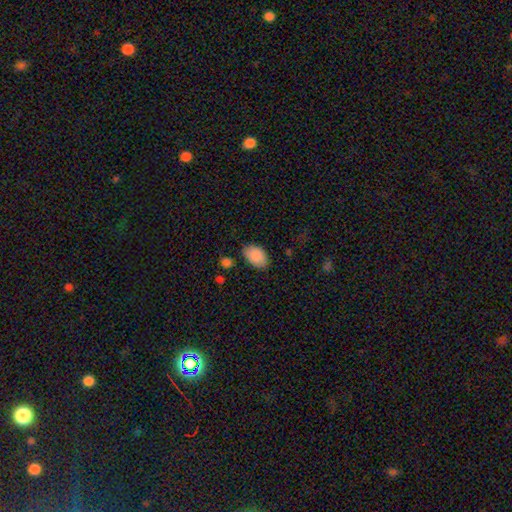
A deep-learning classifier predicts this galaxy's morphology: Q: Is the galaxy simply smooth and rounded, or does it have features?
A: smooth — 89%.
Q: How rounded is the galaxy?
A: in between — 90%.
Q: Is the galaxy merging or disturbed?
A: none — 80%.